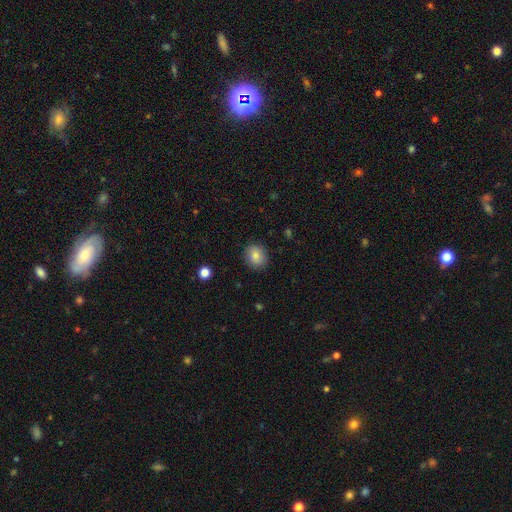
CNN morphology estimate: Smooth or featured?
  - smooth: 84% *
  - star or artifact: 9%
  - featured or disk: 7%
How rounded?
  - round: 70% *
  - in between: 29%
  - cigar-shaped: 1%
Merging?
  - none: 88% *
  - minor disturbance: 9%
  - major disturbance: 2%
  - merger: 1%